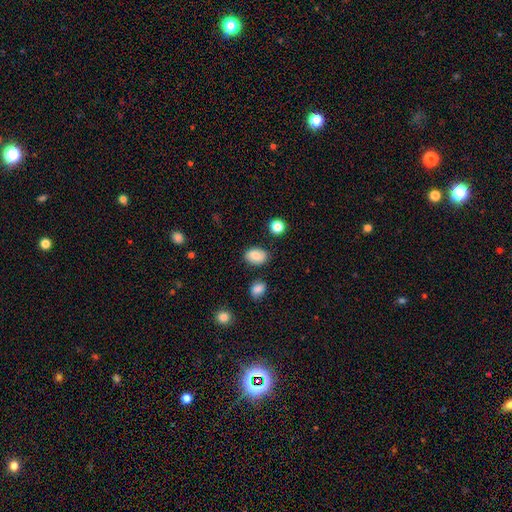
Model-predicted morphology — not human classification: smooth-or-featured: smooth: 81% | featured or disk: 10% | star or artifact: 9%
  how-rounded: in between: 78% | round: 21% | cigar-shaped: 1%
  merging: none: 80% | minor disturbance: 13% | major disturbance: 3% | merger: 3%